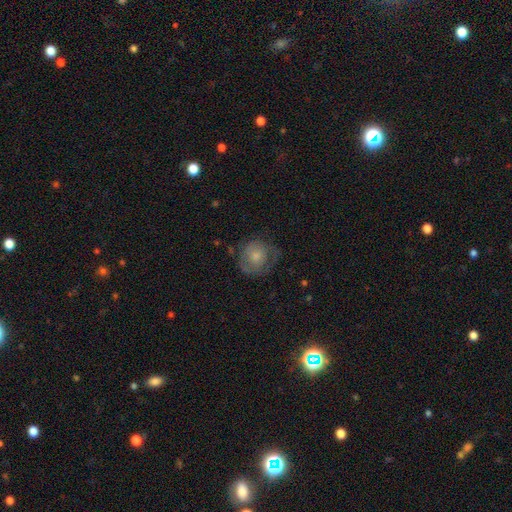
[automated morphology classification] A smooth galaxy with no disk features (53%) that is round (83%). Merging: none (53%).